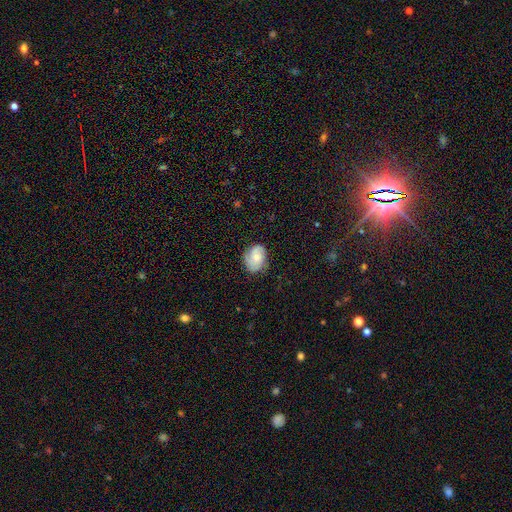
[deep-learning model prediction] Overall: smooth (52%; featured or disk 40%). How rounded: in between (67%; round 32%). Merging: none (71%).